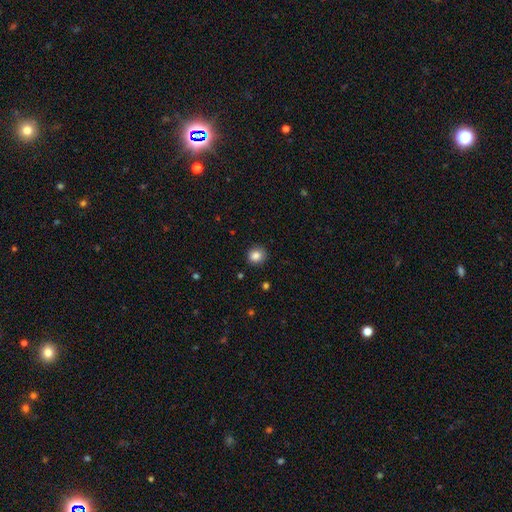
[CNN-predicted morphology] smooth-or-featured: smooth: 85% | star or artifact: 10% | featured or disk: 5%
  how-rounded: round: 88% | in between: 11% | cigar-shaped: 1%
  merging: none: 90% | minor disturbance: 7% | major disturbance: 2% | merger: 1%